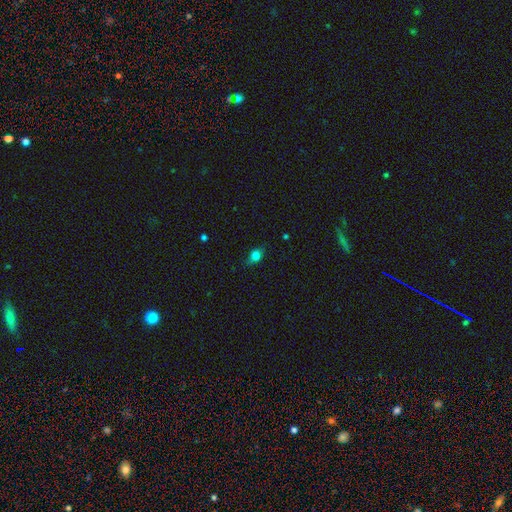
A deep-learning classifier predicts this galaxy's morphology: The model was most divided on "how rounded": in between: 62%, round: 33%, cigar-shaped: 5%. More confident: smooth or featured — smooth (75%); merging — none (74%).